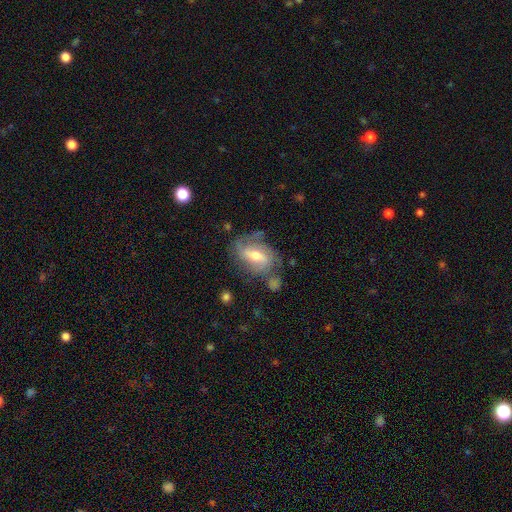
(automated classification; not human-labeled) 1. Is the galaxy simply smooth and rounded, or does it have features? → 62% featured or disk, 31% smooth, 8% star or artifact.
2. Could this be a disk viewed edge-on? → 91% no, 9% yes.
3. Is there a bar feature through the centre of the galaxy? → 42% weak, 34% strong, 24% no.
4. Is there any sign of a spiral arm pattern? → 75% yes, 25% no.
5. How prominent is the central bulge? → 64% moderate, 28% small, 6% large, 1% none, 1% dominant.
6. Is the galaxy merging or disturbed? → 55% none, 24% minor disturbance, 13% major disturbance, 8% merger.